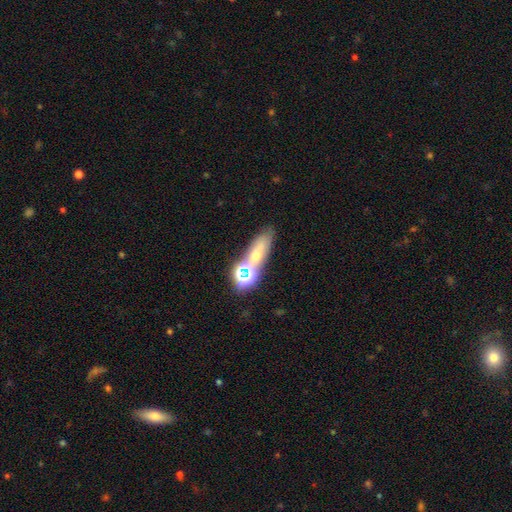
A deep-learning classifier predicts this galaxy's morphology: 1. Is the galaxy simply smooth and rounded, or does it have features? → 41% smooth, 31% featured or disk, 28% star or artifact.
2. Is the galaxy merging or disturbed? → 57% none, 23% merger, 13% minor disturbance, 7% major disturbance.